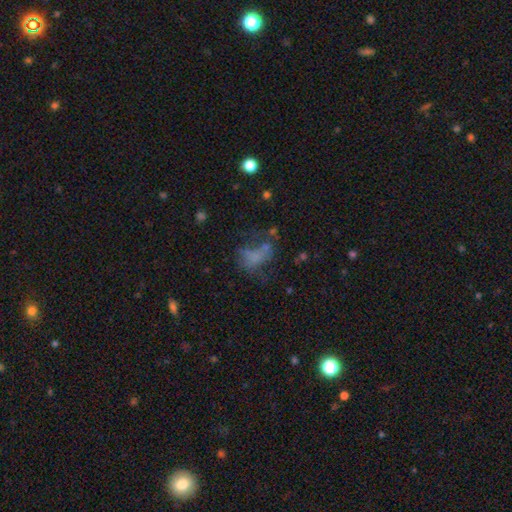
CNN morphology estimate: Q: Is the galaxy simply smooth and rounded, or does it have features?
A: smooth — 46%.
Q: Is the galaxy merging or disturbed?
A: major disturbance — 37%.